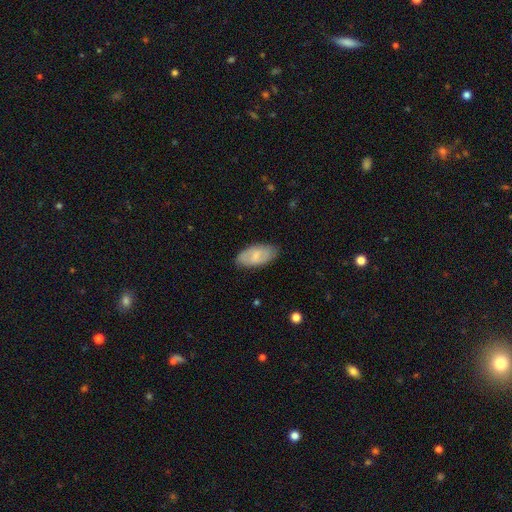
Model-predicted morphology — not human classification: Smooth or featured: smooth — 60% (featured or disk — 34%)
How rounded: in between — 93% (cigar-shaped — 4%)
Merging: none — 82% (minor disturbance — 14%)